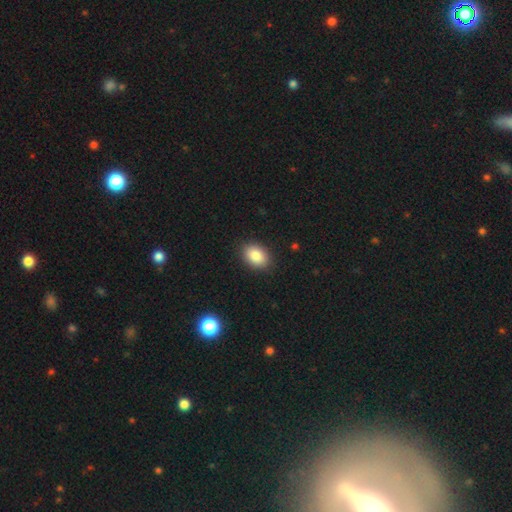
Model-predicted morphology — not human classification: A smooth galaxy with no disk features (86%) that is in between round and cigar-shaped (81%).

Vote fractions:
- Smooth or featured? smooth: 86% / star or artifact: 8% / featured or disk: 6%
- How rounded? in between: 81% / round: 18% / cigar-shaped: 1%
- Merging? none: 89% / minor disturbance: 8% / major disturbance: 2% / merger: 1%